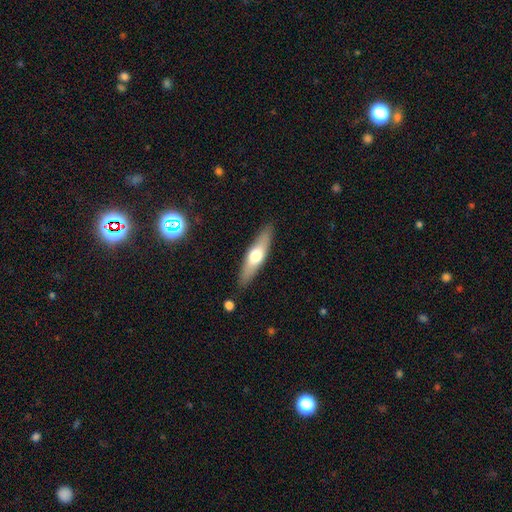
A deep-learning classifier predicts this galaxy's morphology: Smooth or featured? Predicted: smooth (p=0.51). How rounded? Predicted: cigar-shaped (p=0.71). Merging? Predicted: none (p=0.88).